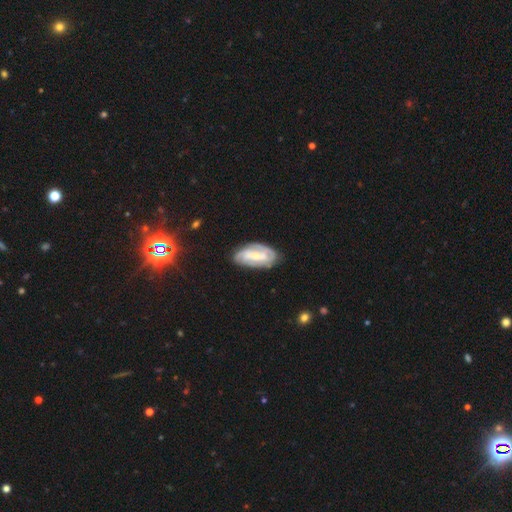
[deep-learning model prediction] Q: Smooth or featured?
A: featured or disk (70%); runner-up: smooth (24%)
Q: Edge-on disk?
A: no (95%); runner-up: yes (5%)
Q: Bar?
A: weak (41%); runner-up: no (36%)
Q: Spiral arms?
A: yes (86%); runner-up: no (14%)
Q: Spiral winding?
A: tight (52%); runner-up: medium (35%)
Q: Spiral arm count?
A: can't tell (35%); runner-up: 2 (33%)
Q: Bulge size?
A: small (55%); runner-up: moderate (36%)
Q: Merging?
A: none (72%); runner-up: minor disturbance (20%)